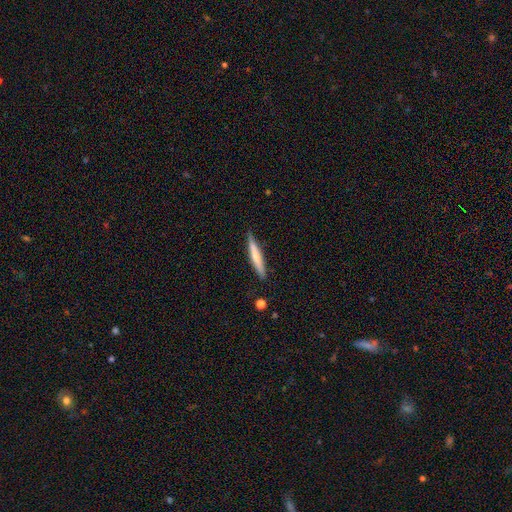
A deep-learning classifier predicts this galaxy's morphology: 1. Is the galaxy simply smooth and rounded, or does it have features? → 59% smooth, 35% featured or disk, 6% star or artifact.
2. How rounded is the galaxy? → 93% cigar-shaped, 5% in between, 1% round.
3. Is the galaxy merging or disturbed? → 85% none, 11% minor disturbance, 2% major disturbance, 2% merger.